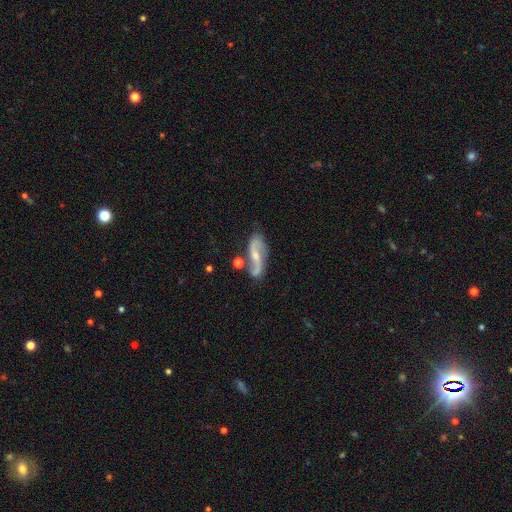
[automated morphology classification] smooth_or_featured: featured or disk (p=0.82) [alt: smooth p=0.13]
disk_edge_on: no (p=0.92) [alt: yes p=0.08]
bar: no (p=0.41) [alt: weak p=0.38]
has_spiral_arms: yes (p=0.94) [alt: no p=0.06]
spiral_winding: loose (p=0.66) [alt: medium p=0.25]
spiral_arm_count: 2 (p=0.92) [alt: can't tell p=0.03]
bulge_size: small (p=0.54) [alt: moderate p=0.37]
merging: none (p=0.69) [alt: minor disturbance p=0.18]